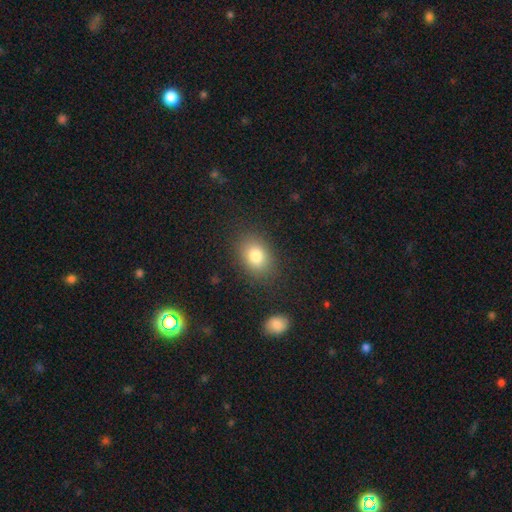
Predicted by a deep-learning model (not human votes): This is clearly a smooth galaxy (81%). How rounded: likely in between (68%). Merging: clearly none (84%).